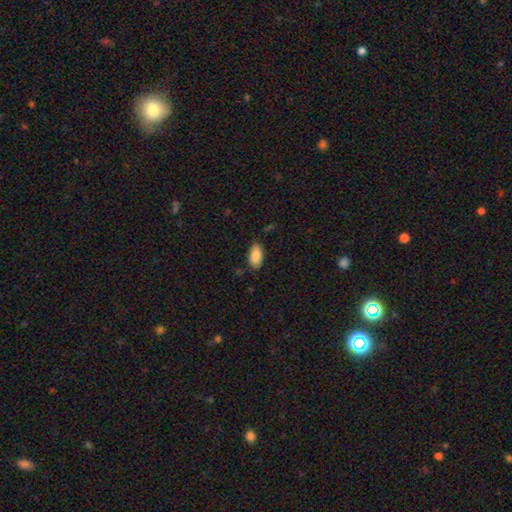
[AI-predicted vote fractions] Smooth or featured: smooth — 88% (star or artifact — 7%)
How rounded: in between — 93% (cigar-shaped — 5%)
Merging: none — 82% (minor disturbance — 14%)